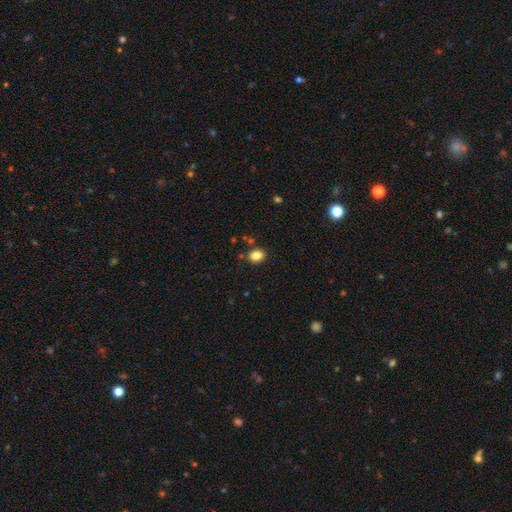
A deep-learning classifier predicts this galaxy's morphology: Smooth or featured: smooth — 85% (star or artifact — 10%)
How rounded: in between — 67% (round — 32%)
Merging: none — 83% (minor disturbance — 11%)